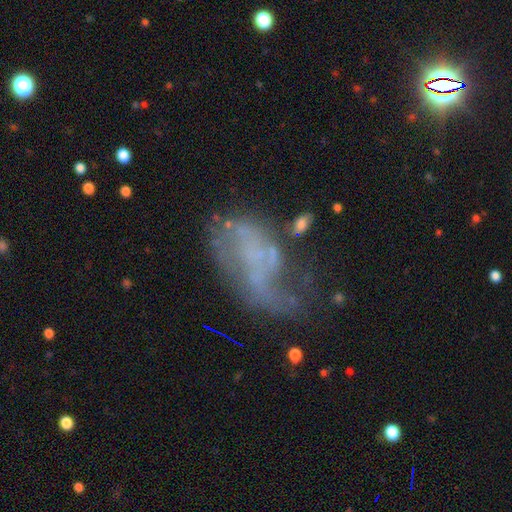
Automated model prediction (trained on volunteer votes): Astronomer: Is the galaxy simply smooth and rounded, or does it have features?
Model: featured or disk — 64%.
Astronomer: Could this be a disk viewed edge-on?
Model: no — 96%.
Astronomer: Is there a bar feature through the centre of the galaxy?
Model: no — 78%.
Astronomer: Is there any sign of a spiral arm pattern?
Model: no — 52% (runner-up: yes, 48%).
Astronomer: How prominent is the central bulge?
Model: none — 77%.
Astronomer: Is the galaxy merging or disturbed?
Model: major disturbance — 40% (runner-up: none, 32%).